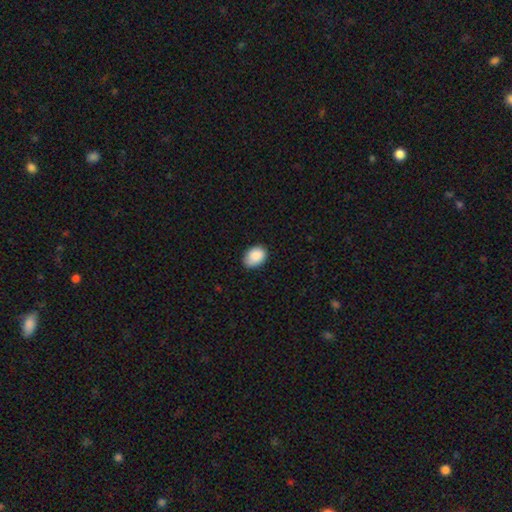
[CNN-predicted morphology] smooth 88%, star or artifact 7%, featured or disk 6%. Down the decision tree: how rounded — in between (77%); merging — none (72%).